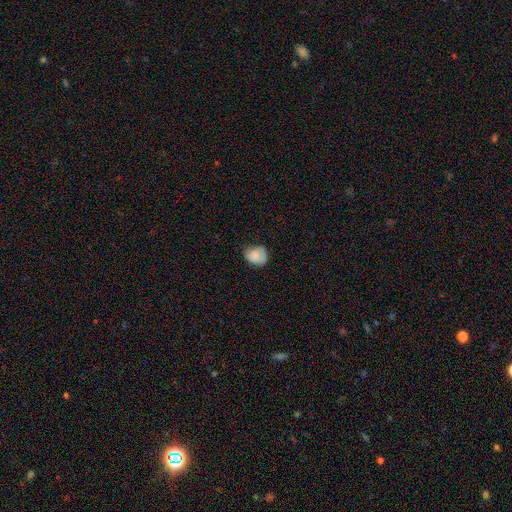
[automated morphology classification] The model was most divided on "how rounded": round: 52%, in between: 47%, cigar-shaped: 1%. More confident: smooth or featured — smooth (74%); merging — none (51%).